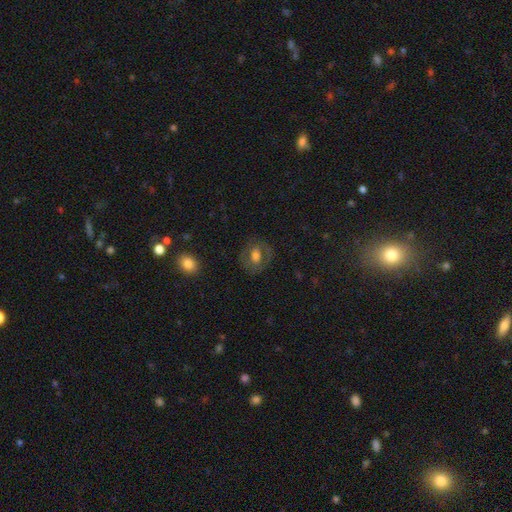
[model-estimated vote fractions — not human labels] Q: Smooth or featured?
A: smooth (54%); runner-up: featured or disk (36%)
Q: How rounded?
A: round (51%); runner-up: in between (47%)
Q: Merging?
A: none (77%); runner-up: minor disturbance (14%)